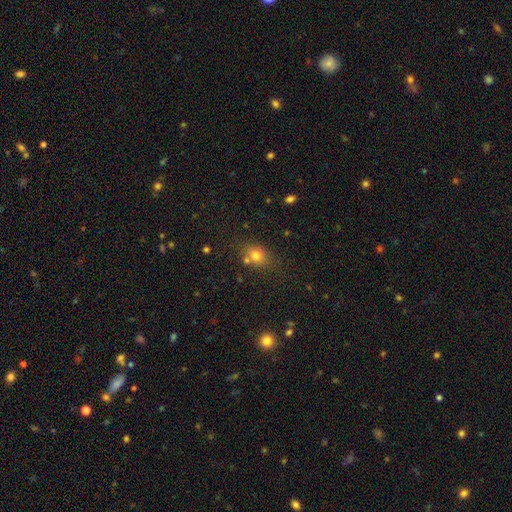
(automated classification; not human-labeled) A smooth galaxy with no disk features (73%) that is round (54%). Merging: none (66%).